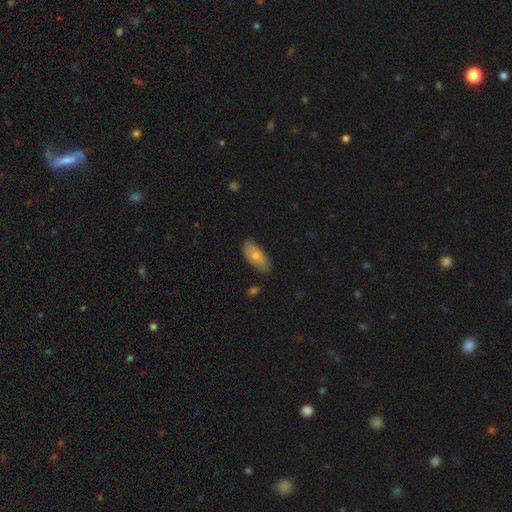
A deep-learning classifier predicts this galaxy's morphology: This is likely a smooth galaxy (68%). How rounded: clearly in between (88%). Merging: likely none (80%).